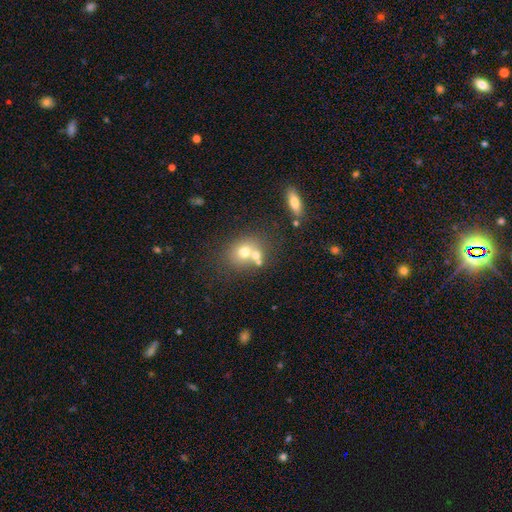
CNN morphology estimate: Smooth or featured? Predicted: smooth (p=0.65). How rounded? Predicted: round (p=0.66). Merging? Predicted: merger (p=0.46).